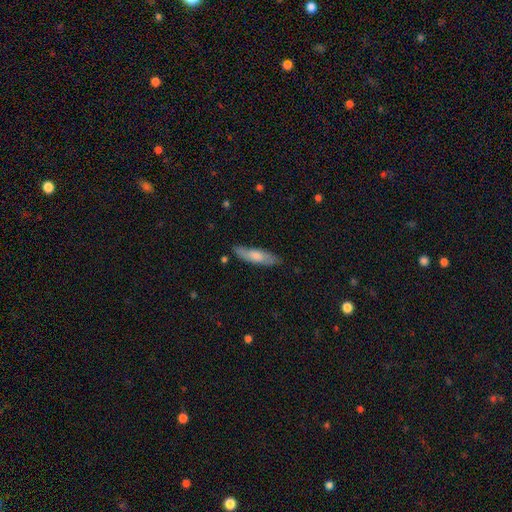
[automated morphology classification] This is likely a smooth galaxy (63%). How rounded: likely cigar-shaped (62%). Merging: clearly none (80%).